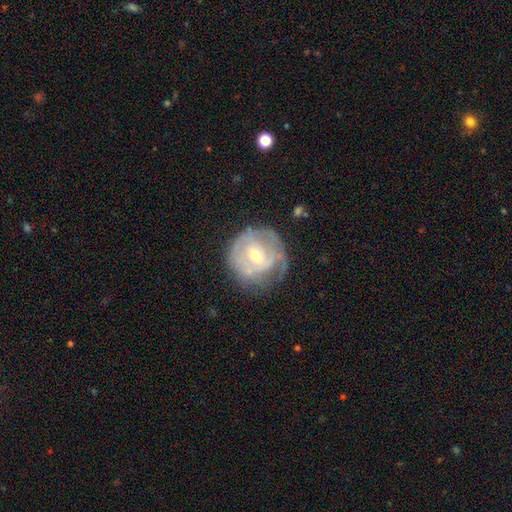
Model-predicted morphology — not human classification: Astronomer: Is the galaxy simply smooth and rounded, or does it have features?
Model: featured or disk — 65%.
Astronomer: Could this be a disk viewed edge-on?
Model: no — 97%.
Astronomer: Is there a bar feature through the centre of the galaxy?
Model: no — 50% (runner-up: weak, 40%).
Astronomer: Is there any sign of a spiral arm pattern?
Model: yes — 65%.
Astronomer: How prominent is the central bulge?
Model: moderate — 54% (runner-up: small, 41%).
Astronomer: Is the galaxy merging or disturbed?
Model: none — 54%.